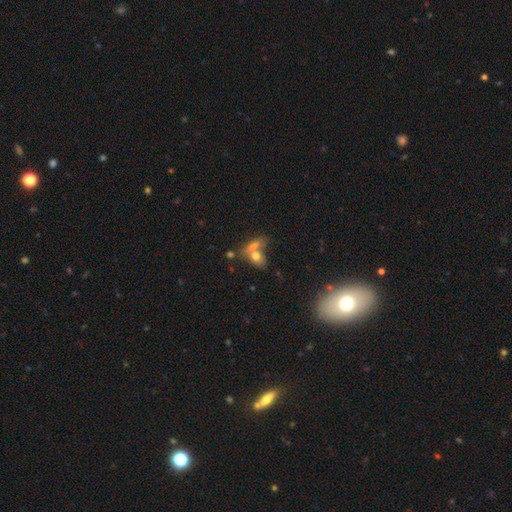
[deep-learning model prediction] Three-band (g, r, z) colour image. It shows a smooth galaxy with no disk features (71%) that is in between round and cigar-shaped (73%). Merging: merger (52%).